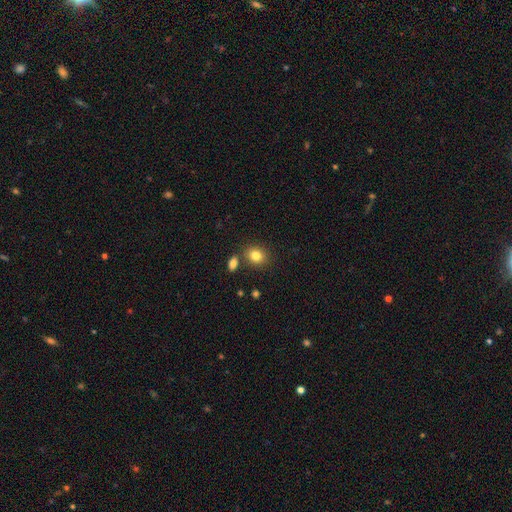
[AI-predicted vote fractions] Morphology: type=smooth (83%); roundness=round (56%); merging=none (73%).